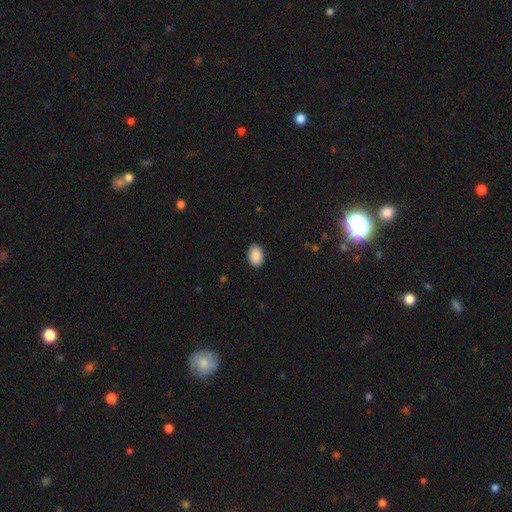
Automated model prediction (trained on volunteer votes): Smooth or featured? Predicted: smooth (p=0.90). How rounded? Predicted: in between (p=0.88). Merging? Predicted: none (p=0.89).